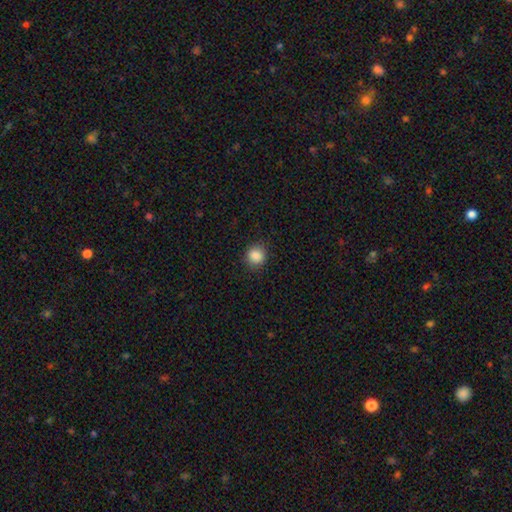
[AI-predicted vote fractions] Q: Smooth or featured?
A: smooth (87%); runner-up: star or artifact (10%)
Q: How rounded?
A: round (88%); runner-up: in between (11%)
Q: Merging?
A: none (89%); runner-up: minor disturbance (8%)